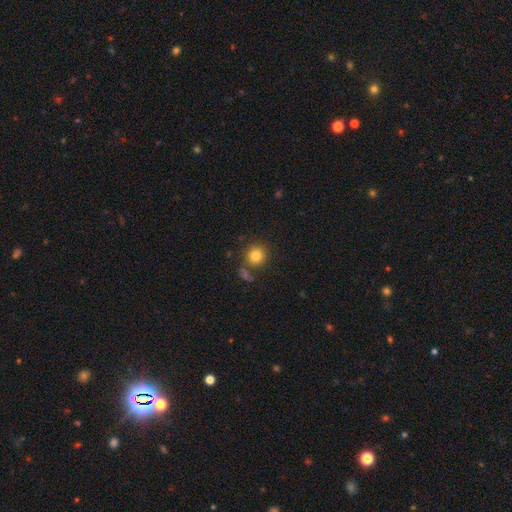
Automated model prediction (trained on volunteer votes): smooth-or-featured: smooth: 82% | star or artifact: 11% | featured or disk: 7%
  how-rounded: round: 91% | in between: 8% | cigar-shaped: 1%
  merging: none: 75% | minor disturbance: 11% | merger: 10% | major disturbance: 4%